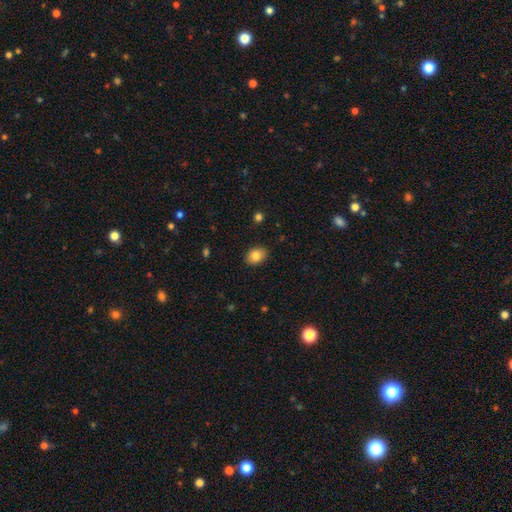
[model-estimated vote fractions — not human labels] Smooth or featured? Predicted: smooth (p=0.84). How rounded? Predicted: in between (p=0.73). Merging? Predicted: none (p=0.88).